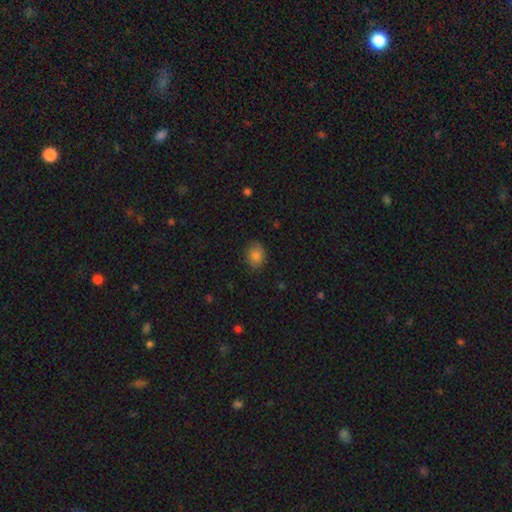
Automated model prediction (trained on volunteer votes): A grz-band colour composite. It shows a smooth galaxy with no disk features (84%) that is in between round and cigar-shaped (51%). Merging: none (83%).